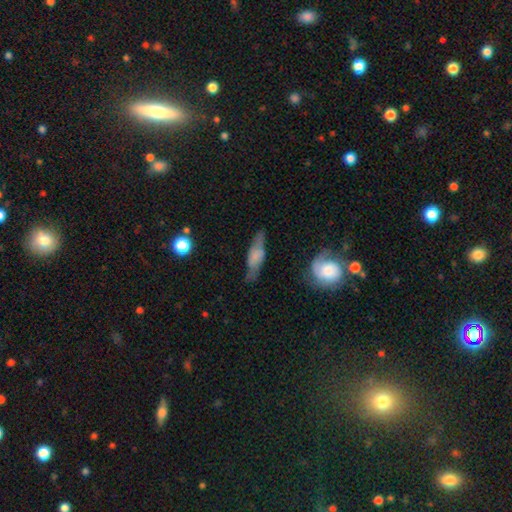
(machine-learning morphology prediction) type=smooth (49%); merging=none (66%).